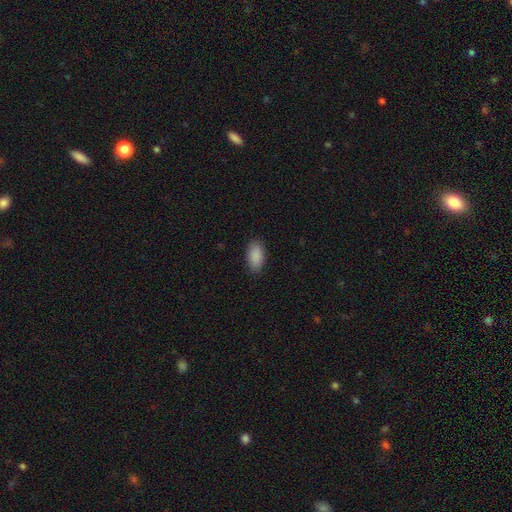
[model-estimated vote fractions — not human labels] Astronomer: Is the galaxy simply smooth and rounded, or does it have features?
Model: smooth — 90%.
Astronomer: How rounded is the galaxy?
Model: in between — 93%.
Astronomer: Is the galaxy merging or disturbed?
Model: none — 86%.